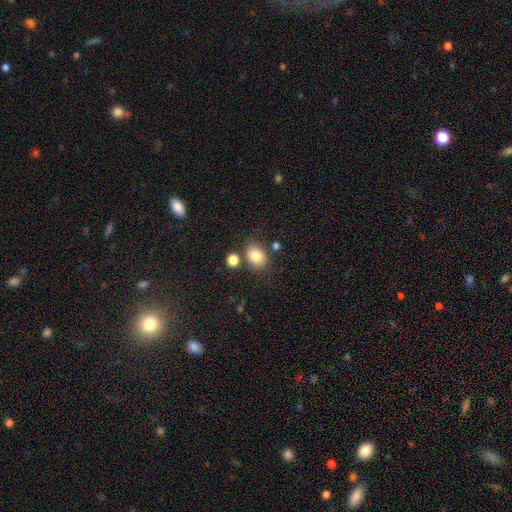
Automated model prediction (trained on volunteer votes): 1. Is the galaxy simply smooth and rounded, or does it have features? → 82% smooth, 10% star or artifact, 8% featured or disk.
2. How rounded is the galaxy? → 55% in between, 44% round, 1% cigar-shaped.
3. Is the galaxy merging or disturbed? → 74% none, 13% minor disturbance, 10% merger, 4% major disturbance.